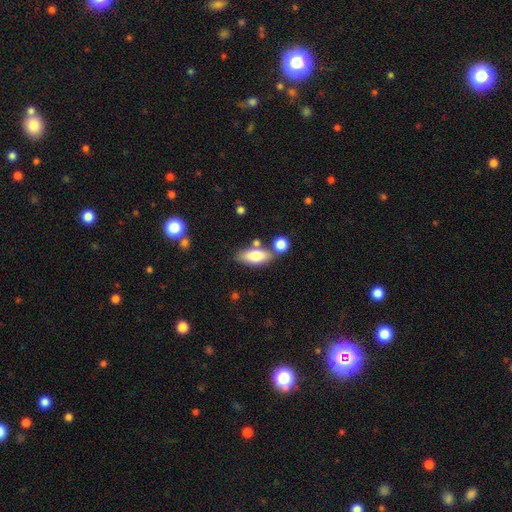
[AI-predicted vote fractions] Smooth or featured?
  - smooth: 75% *
  - featured or disk: 18%
  - star or artifact: 7%
How rounded?
  - in between: 81% *
  - cigar-shaped: 15%
  - round: 4%
Merging?
  - none: 66% *
  - merger: 17%
  - minor disturbance: 13%
  - major disturbance: 4%